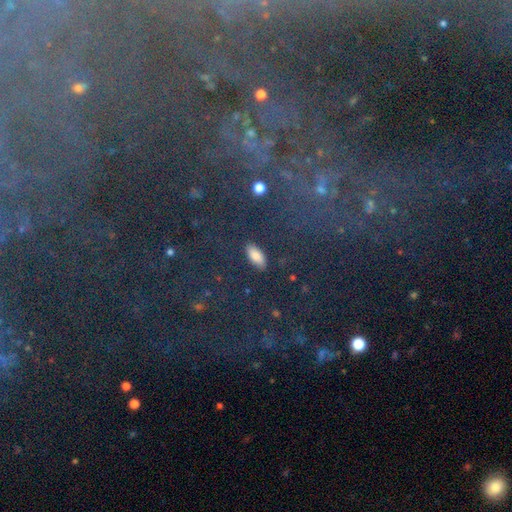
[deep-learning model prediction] A smooth galaxy with no disk features (79%) that is in between round and cigar-shaped (84%).

Vote fractions:
- Smooth or featured? smooth: 79% / star or artifact: 13% / featured or disk: 8%
- How rounded? in between: 84% / cigar-shaped: 11% / round: 5%
- Merging? none: 87% / minor disturbance: 9% / major disturbance: 3% / merger: 2%